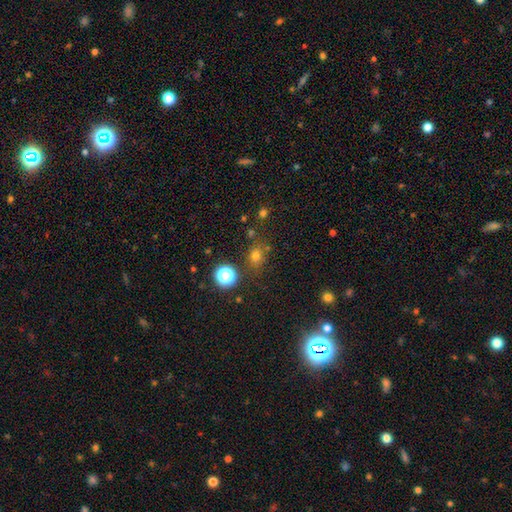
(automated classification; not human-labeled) This is likely a smooth galaxy (64%). How rounded: likely round (72%). Merging: likely none (78%).